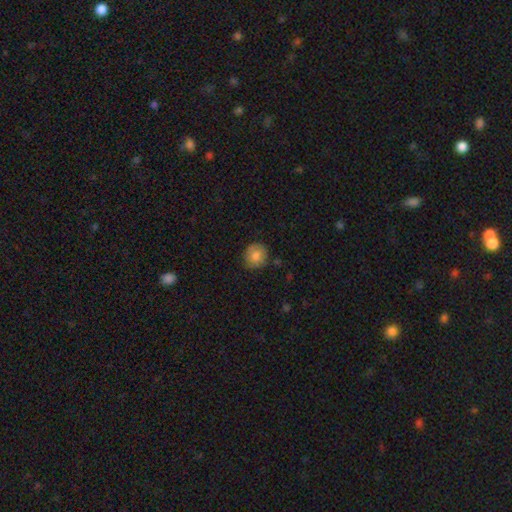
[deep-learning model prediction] Smooth or featured: smooth — 77% (featured or disk — 14%)
How rounded: round — 88% (in between — 11%)
Merging: none — 81% (minor disturbance — 15%)